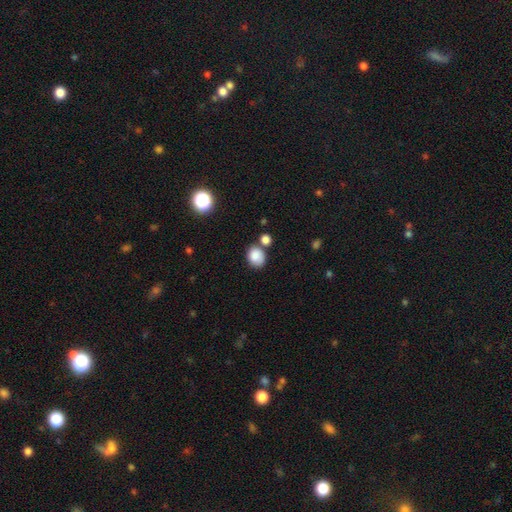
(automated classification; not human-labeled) Q: Smooth or featured?
A: smooth (84%); runner-up: star or artifact (9%)
Q: How rounded?
A: round (54%); runner-up: in between (45%)
Q: Merging?
A: none (60%); runner-up: merger (19%)